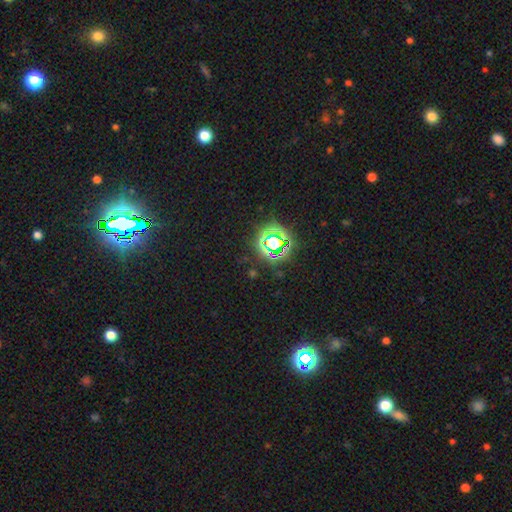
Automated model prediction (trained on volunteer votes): Q: Smooth or featured?
A: star or artifact (80%); runner-up: smooth (13%)